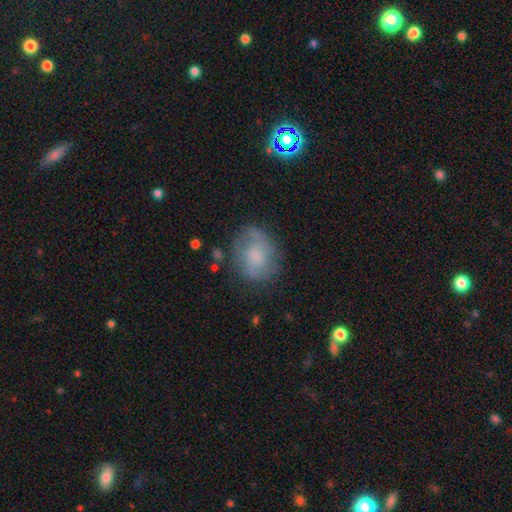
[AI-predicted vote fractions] This is possibly a smooth galaxy (46%). Merging: likely none (67%).